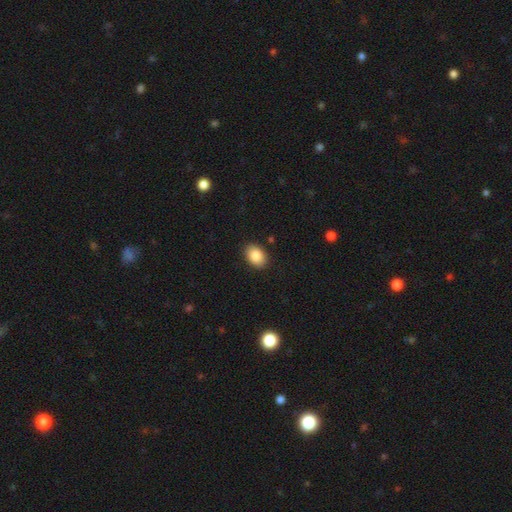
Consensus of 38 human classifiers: Smooth or featured? 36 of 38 (95%) said smooth. How rounded? 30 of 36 (83%) said in between. Merging? 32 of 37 (86%) said none.